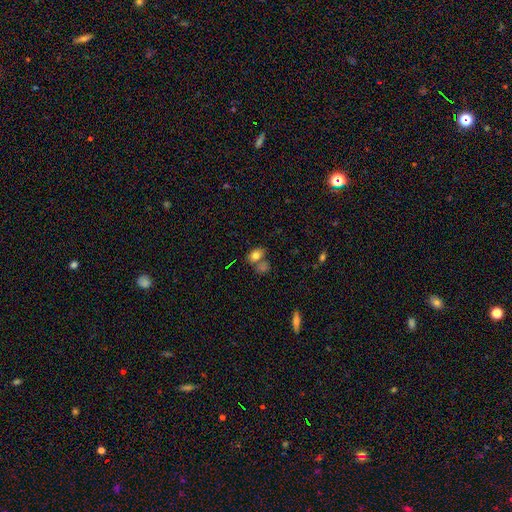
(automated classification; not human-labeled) The model was most divided on "merging": none: 52%, merger: 27%, minor disturbance: 15%, major disturbance: 6%. More confident: smooth or featured — smooth (77%); how rounded — in between (66%).